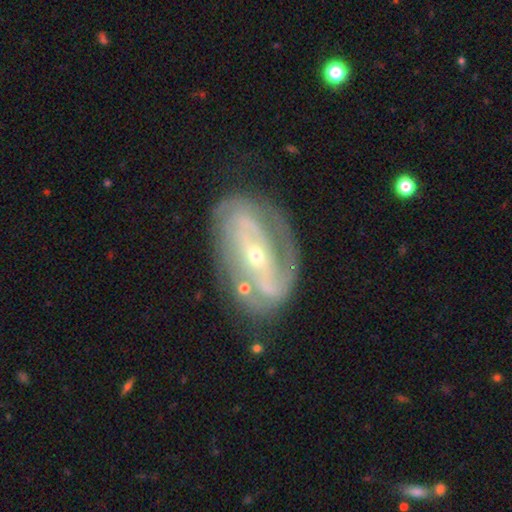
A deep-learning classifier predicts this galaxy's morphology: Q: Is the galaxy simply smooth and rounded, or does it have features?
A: featured or disk — 86%.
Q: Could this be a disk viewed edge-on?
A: no — 94%.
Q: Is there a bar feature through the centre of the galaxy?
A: strong — 48%.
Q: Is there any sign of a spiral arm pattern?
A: yes — 89%.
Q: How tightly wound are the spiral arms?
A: tight — 47%.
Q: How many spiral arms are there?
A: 2 — 67%.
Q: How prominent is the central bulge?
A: small — 68%.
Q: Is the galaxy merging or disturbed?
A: none — 66%.